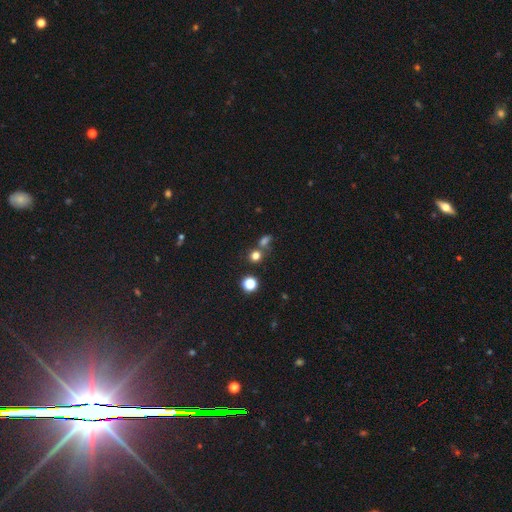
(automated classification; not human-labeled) This appears to be a smooth galaxy with no disk features (70%) that is round (82%). Merging: none (62%).